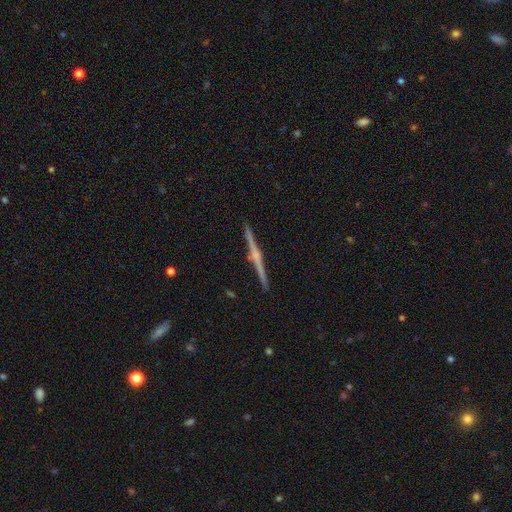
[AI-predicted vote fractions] Smooth or featured?
  - featured or disk: 78% *
  - smooth: 16%
  - star or artifact: 6%
Edge-on disk?
  - yes: 98% *
  - no: 2%
Edge-on bulge?
  - rounded: 63% *
  - none: 25%
  - boxy: 11%
Merging?
  - none: 92% *
  - minor disturbance: 6%
  - merger: 1%
  - major disturbance: 1%